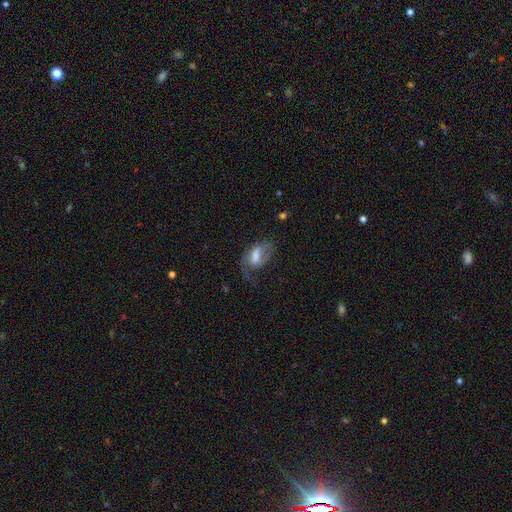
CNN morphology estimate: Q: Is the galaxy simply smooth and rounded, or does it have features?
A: featured or disk — 48%.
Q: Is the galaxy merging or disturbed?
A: none — 37%.